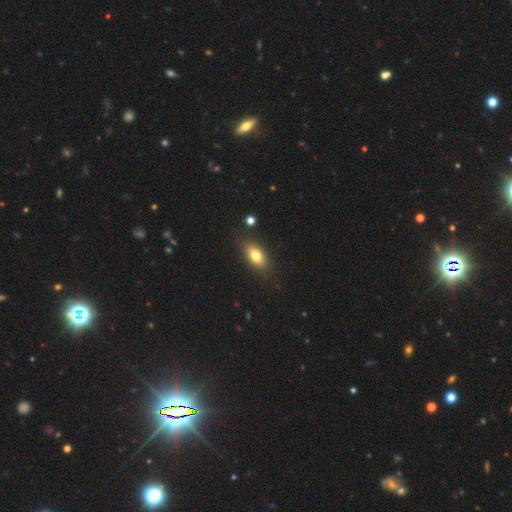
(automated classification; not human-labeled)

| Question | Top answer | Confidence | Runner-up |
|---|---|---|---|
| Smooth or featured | smooth | 76% | featured or disk (15%) |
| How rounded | in between | 84% | round (9%) |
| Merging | none | 81% | minor disturbance (13%) |